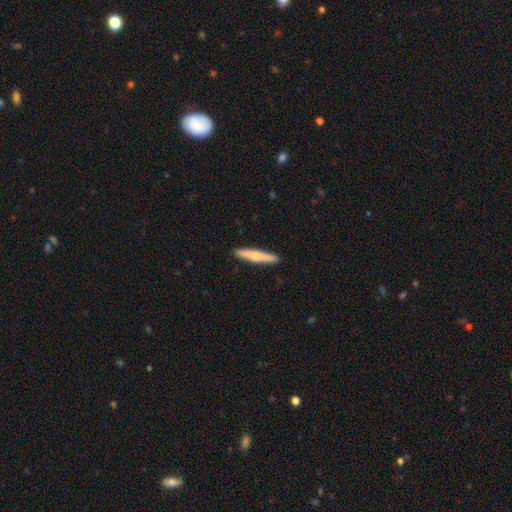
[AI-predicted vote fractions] Overall: smooth (59%; featured or disk 36%). How rounded: cigar-shaped (92%). Merging: none (92%).